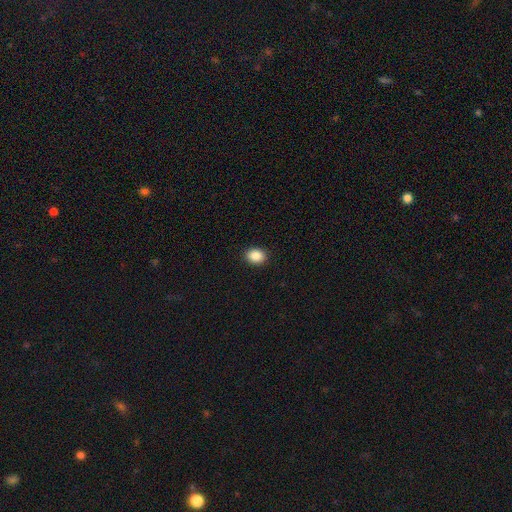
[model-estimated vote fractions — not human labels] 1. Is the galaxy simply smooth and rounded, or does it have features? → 88% smooth, 9% star or artifact, 3% featured or disk.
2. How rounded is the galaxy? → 53% in between, 47% round, 1% cigar-shaped.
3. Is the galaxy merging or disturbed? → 91% none, 6% minor disturbance, 2% major disturbance, 1% merger.